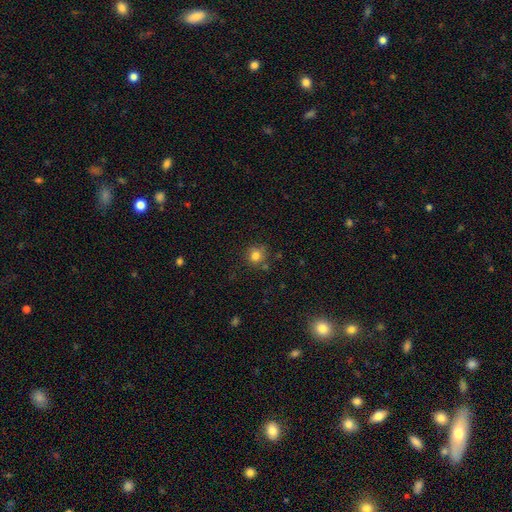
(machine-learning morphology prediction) A smooth galaxy with no disk features (81%) that is round (91%).

Vote fractions:
- Smooth or featured? smooth: 81% / star or artifact: 13% / featured or disk: 6%
- How rounded? round: 91% / in between: 8% / cigar-shaped: 1%
- Merging? none: 78% / minor disturbance: 13% / merger: 6% / major disturbance: 3%